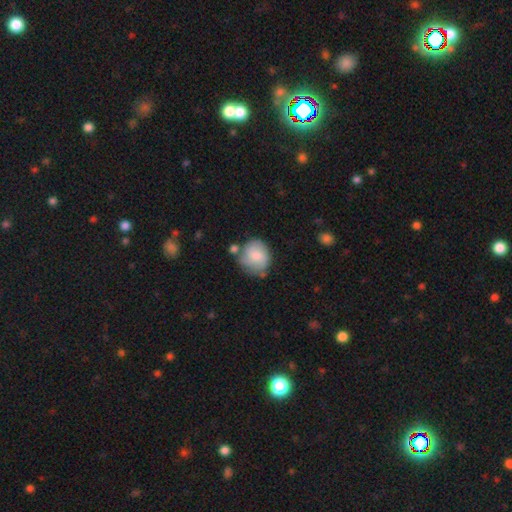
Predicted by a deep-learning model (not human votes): The model was most divided on "merging": none: 51%, minor disturbance: 26%, merger: 15%, major disturbance: 9%. More confident: how rounded — round (73%); smooth or featured — smooth (73%).